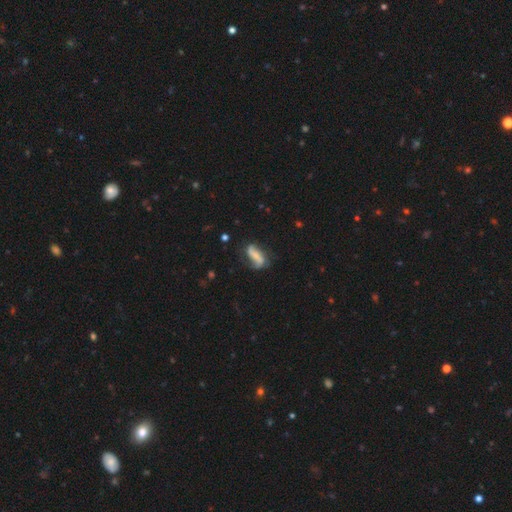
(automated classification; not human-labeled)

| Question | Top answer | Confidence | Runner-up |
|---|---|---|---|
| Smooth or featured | featured or disk | 57% | smooth (34%) |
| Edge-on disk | no | 90% | yes (10%) |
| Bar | no | 37% | strong (36%) |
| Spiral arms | yes | 81% | no (19%) |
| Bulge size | small | 46% | none (27%) |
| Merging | none | 53% | minor disturbance (26%) |